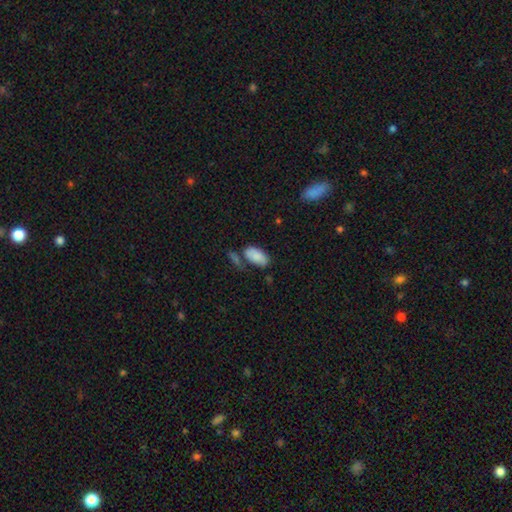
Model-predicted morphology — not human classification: Smooth or featured? Predicted: smooth (p=0.86). How rounded? Predicted: in between (p=0.95). Merging? Predicted: none (p=0.60).